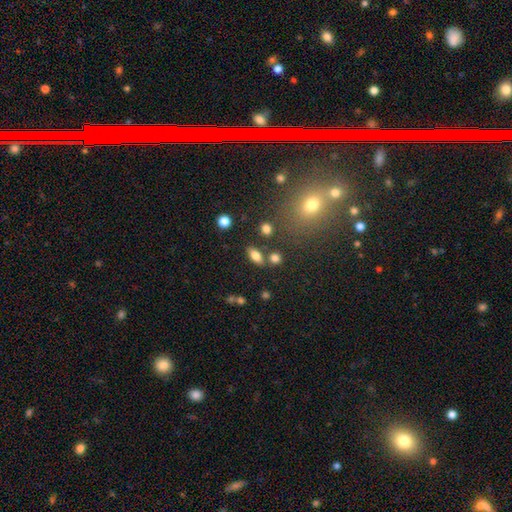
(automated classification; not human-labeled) Smooth or featured?
  - smooth: 79% *
  - featured or disk: 11%
  - star or artifact: 10%
How rounded?
  - in between: 86% *
  - cigar-shaped: 8%
  - round: 7%
Merging?
  - none: 75% *
  - minor disturbance: 11%
  - merger: 10%
  - major disturbance: 4%